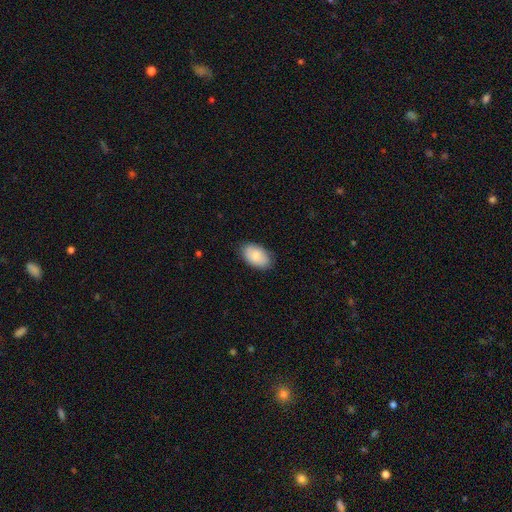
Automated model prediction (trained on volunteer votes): Q: Smooth or featured?
A: smooth (83%); runner-up: featured or disk (11%)
Q: How rounded?
A: in between (93%); runner-up: round (6%)
Q: Merging?
A: none (84%); runner-up: minor disturbance (13%)